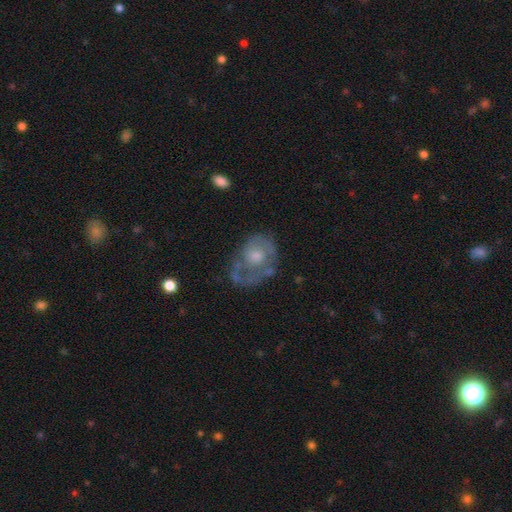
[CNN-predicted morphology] Smooth or featured: featured or disk — 63% (smooth — 29%)
Edge-on disk: no — 96% (yes — 4%)
Bar: no — 82% (weak — 15%)
Spiral arms: yes — 50% (tied with no — 50%)
Bulge size: moderate — 55% (small — 29%)
Merging: none — 44% (major disturbance — 27%)